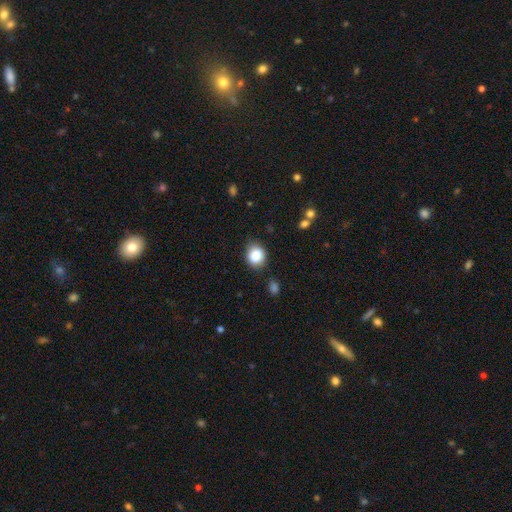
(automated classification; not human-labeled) Smooth or featured: smooth — 84% (star or artifact — 9%)
How rounded: round — 68% (in between — 31%)
Merging: none — 78% (minor disturbance — 16%)